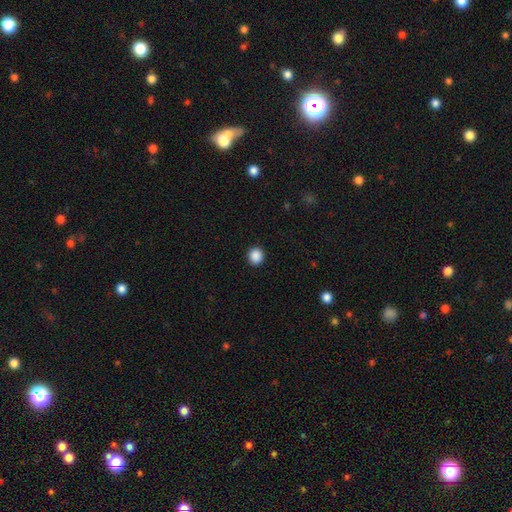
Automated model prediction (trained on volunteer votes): Overall: smooth (89%). How rounded: round (87%). Merging: none (92%).